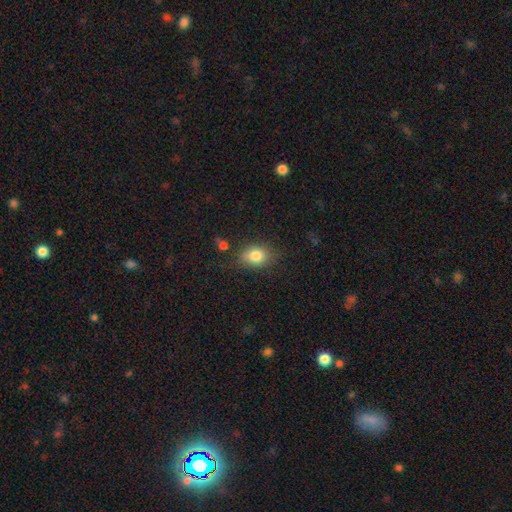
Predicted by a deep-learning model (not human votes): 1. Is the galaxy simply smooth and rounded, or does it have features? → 81% smooth, 10% star or artifact, 9% featured or disk.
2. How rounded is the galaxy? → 63% in between, 36% round, 1% cigar-shaped.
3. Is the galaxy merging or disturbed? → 73% none, 18% minor disturbance, 5% major disturbance, 3% merger.